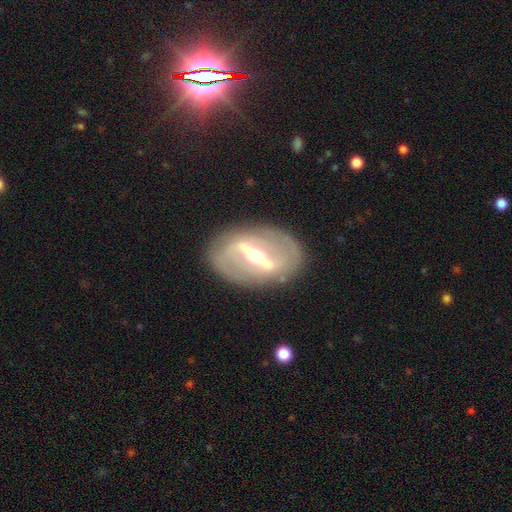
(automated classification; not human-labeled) The model was most divided on "spiral arms": no: 53%, yes: 47%. More confident: edge-on disk — no (84%); smooth or featured — featured or disk (83%); bar — strong (82%); merging — none (82%); bulge size — moderate (65%).